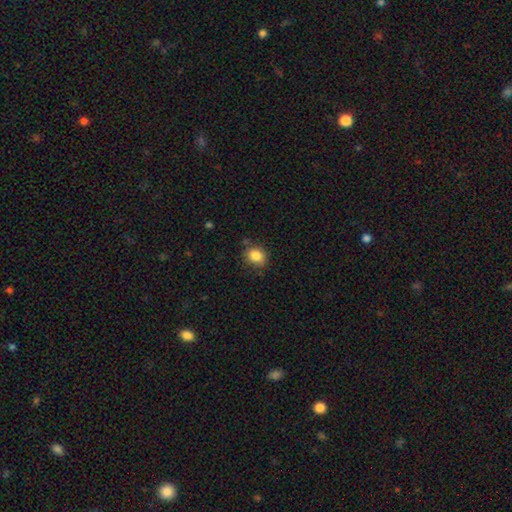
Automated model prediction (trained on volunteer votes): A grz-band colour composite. It shows a smooth galaxy with no disk features (86%) that is round (62%). Merging: none (77%).